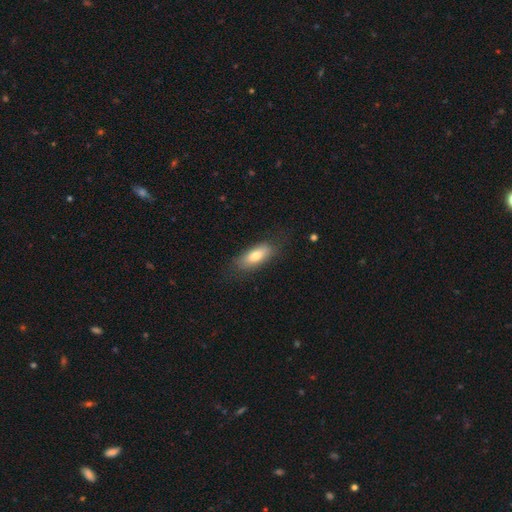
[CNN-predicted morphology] Smooth or featured? Predicted: smooth (p=0.76). How rounded? Predicted: in between (p=0.78). Merging? Predicted: none (p=0.76).